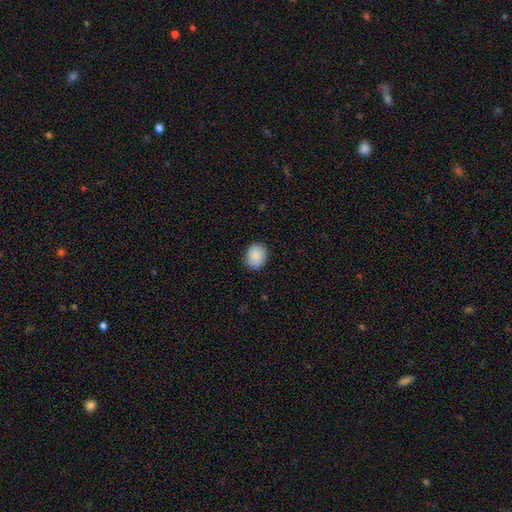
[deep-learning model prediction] Overall: smooth (87%). How rounded: round (60%; in between 39%). Merging: none (85%).